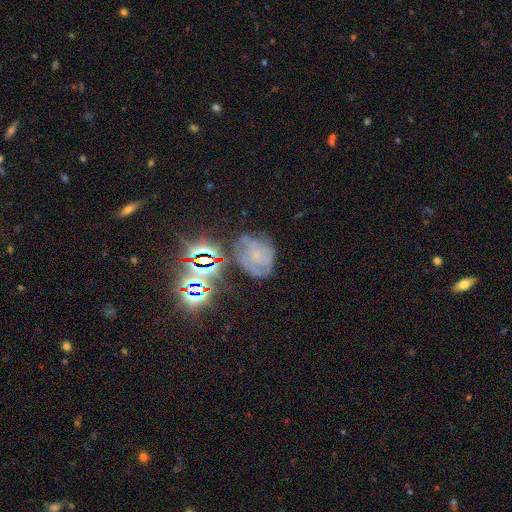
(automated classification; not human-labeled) The model was most divided on "spiral arm count": 3: 37%, can't tell: 24%, 2: 16%, 4: 14%, more than 4: 5%, 1: 5%. More confident: edge-on disk — no (97%); spiral arms — yes (93%); bulge size — small (72%); bar — no (69%); merging — none (66%); smooth or featured — featured or disk (62%); spiral winding — tight (56%).